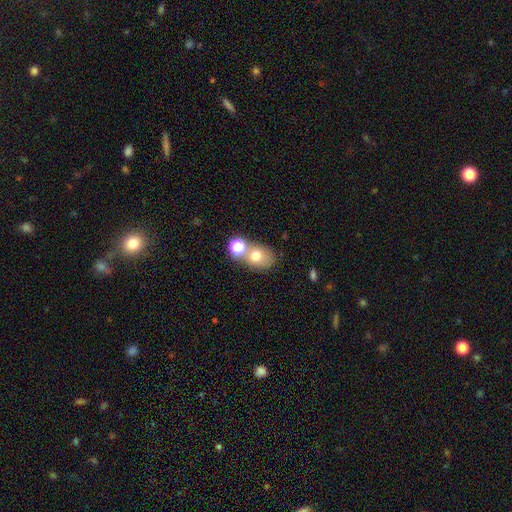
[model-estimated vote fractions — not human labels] smooth_or_featured: smooth (p=0.68) [alt: featured or disk p=0.17]
how_rounded: in between (p=0.51) [alt: round p=0.47]
merging: none (p=0.52) [alt: merger p=0.30]